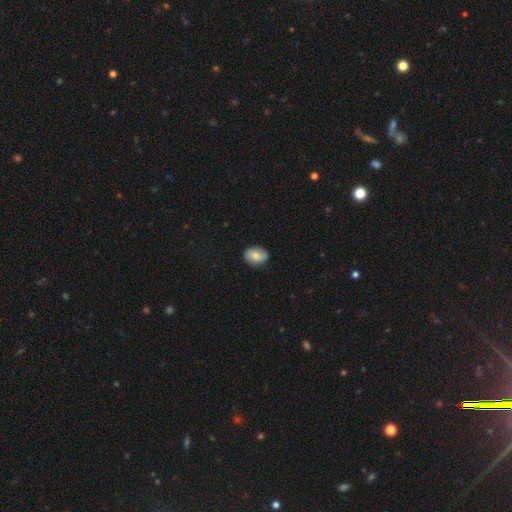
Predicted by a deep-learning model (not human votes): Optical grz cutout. It shows a smooth galaxy with no disk features (69%) that is in between round and cigar-shaped (56%). Merging: none (82%).